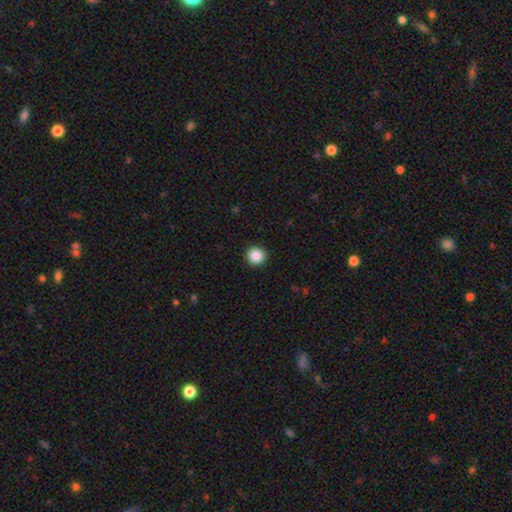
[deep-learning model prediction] Overall: smooth (87%). How rounded: round (94%). Merging: none (93%).